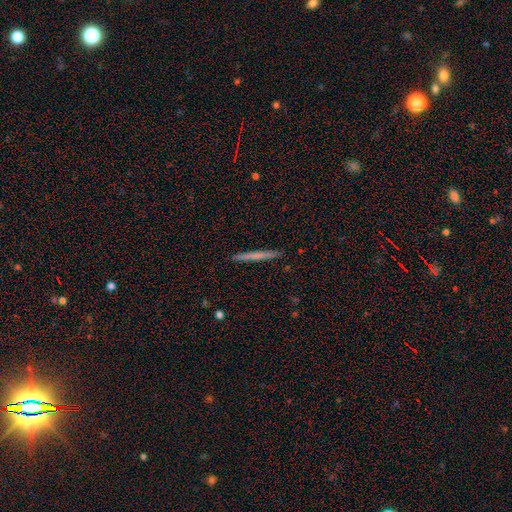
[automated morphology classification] smooth 58%, featured or disk 36%, star or artifact 6%. Down the decision tree: how rounded — cigar-shaped (97%); merging — none (92%).